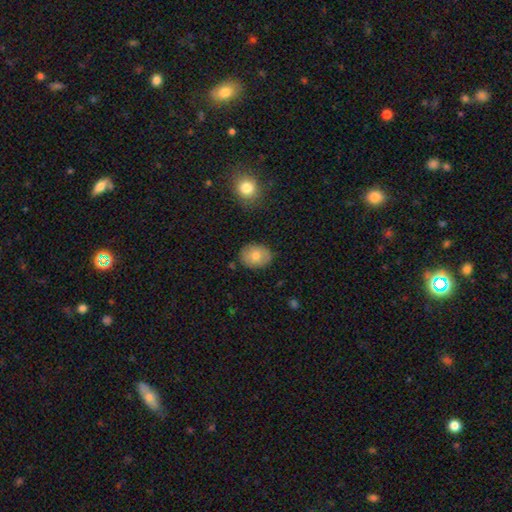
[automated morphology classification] Smooth or featured? smooth (75%)
How rounded? in between (58%)
Merging? none (84%)